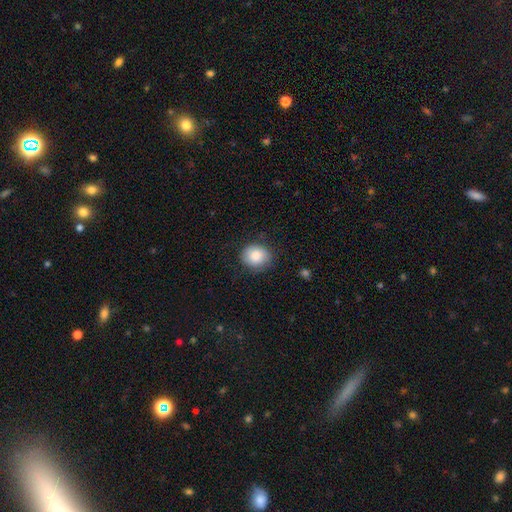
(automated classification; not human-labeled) This appears to be a smooth galaxy with no disk features (86%) that is round (68%). Merging: none (80%).